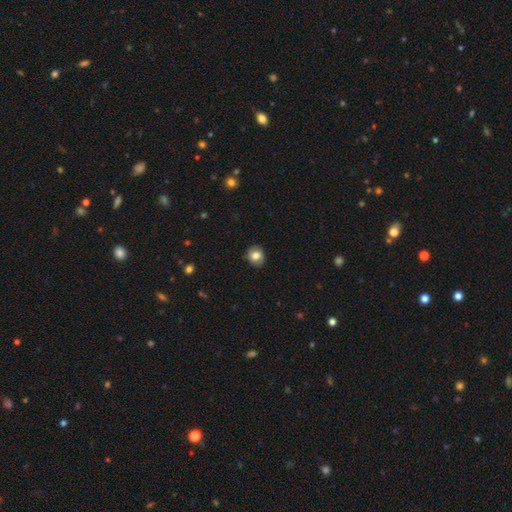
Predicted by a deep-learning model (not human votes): Overall: smooth (81%). How rounded: round (77%). Merging: none (87%).